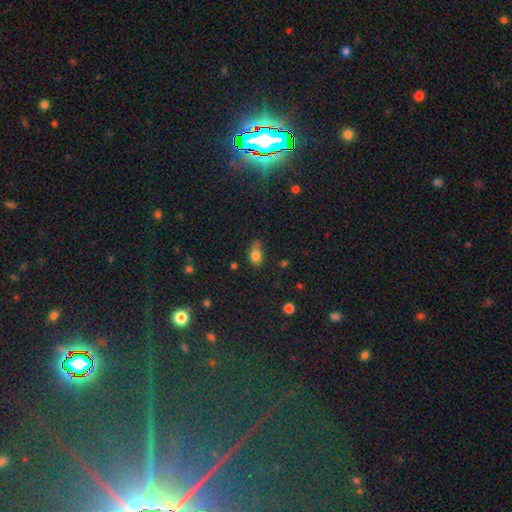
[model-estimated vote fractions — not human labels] smooth 80%, star or artifact 12%, featured or disk 7%. Down the decision tree: how rounded — in between (70%); merging — none (45%).